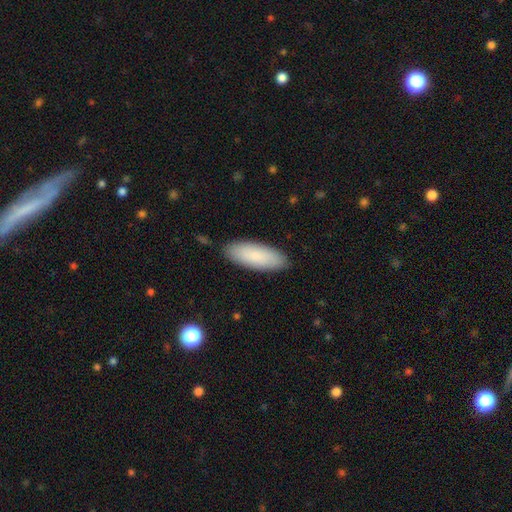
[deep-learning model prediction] This appears to be a smooth galaxy with no disk features (85%) that is in between round and cigar-shaped (70%). Merging: none (88%).